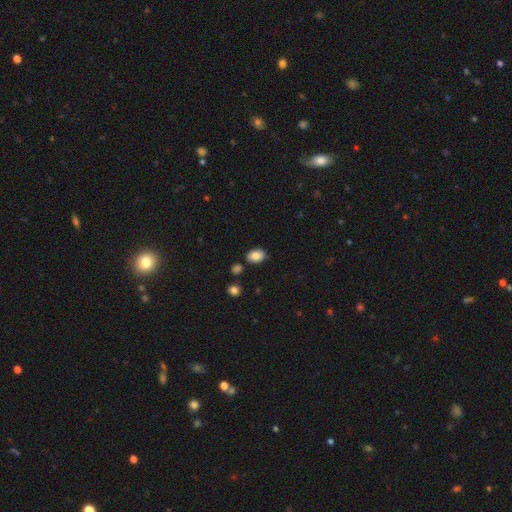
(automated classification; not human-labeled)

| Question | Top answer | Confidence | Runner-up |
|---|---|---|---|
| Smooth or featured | smooth | 83% | featured or disk (9%) |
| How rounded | in between | 87% | round (12%) |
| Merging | none | 81% | minor disturbance (13%) |